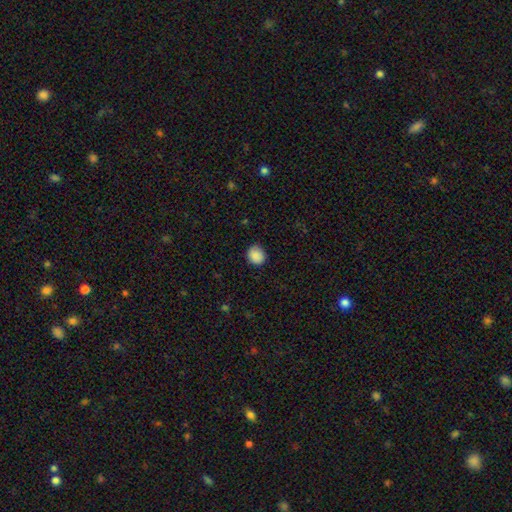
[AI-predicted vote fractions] Smooth or featured?
  - smooth: 89% *
  - star or artifact: 9%
  - featured or disk: 3%
How rounded?
  - round: 80% *
  - in between: 19%
  - cigar-shaped: 1%
Merging?
  - none: 86% *
  - minor disturbance: 10%
  - major disturbance: 2%
  - merger: 1%